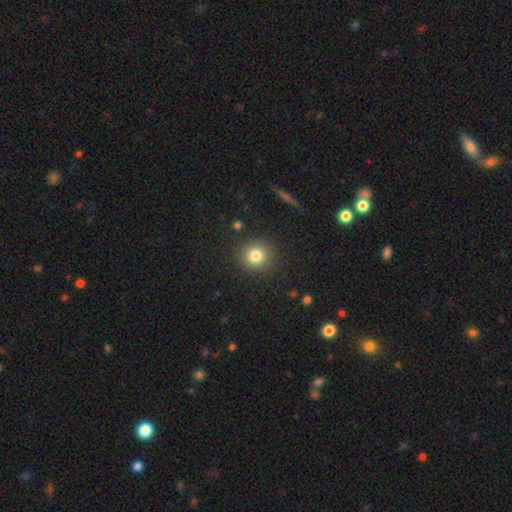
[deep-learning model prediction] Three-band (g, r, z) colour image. It shows a smooth galaxy with no disk features (80%) that is round (91%). Merging: none (89%).